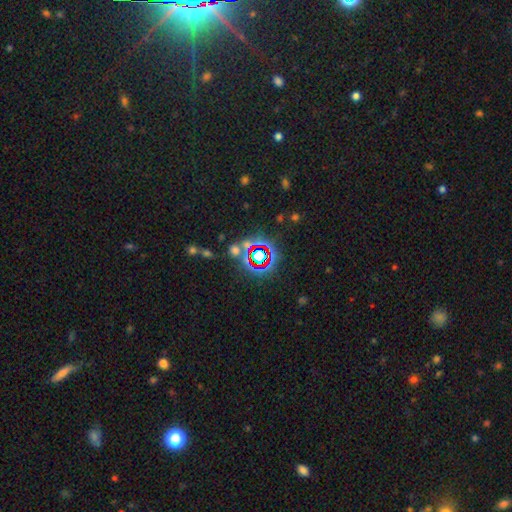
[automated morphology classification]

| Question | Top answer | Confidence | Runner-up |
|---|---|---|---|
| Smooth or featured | star or artifact | 63% | smooth (26%) |